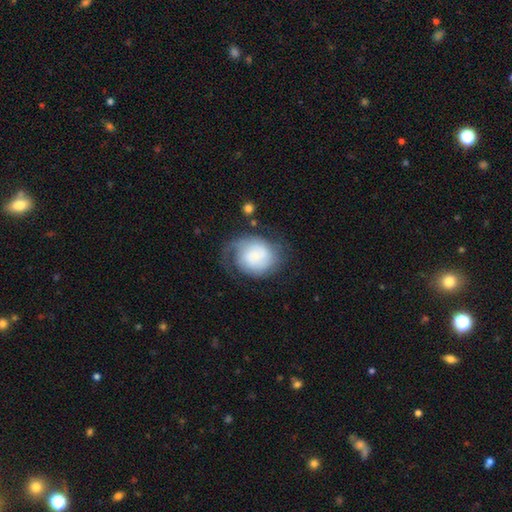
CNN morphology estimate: This appears to be a featured or disk galaxy (52%) with no bar (72%), spiral arms (83%) and a small central bulge (41%). Merging: none (45%).